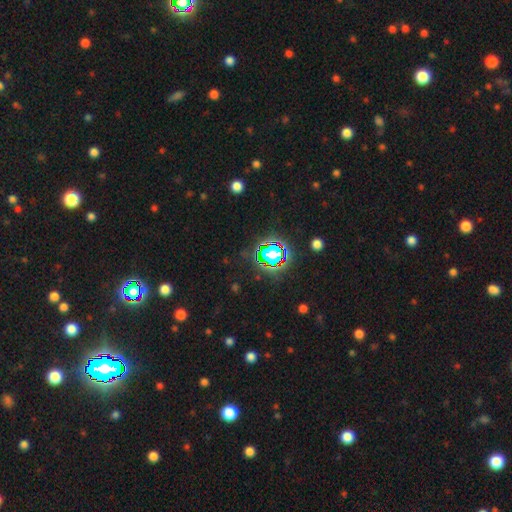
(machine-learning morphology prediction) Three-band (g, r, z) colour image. It shows a star or artifact, not a galaxy (81%).